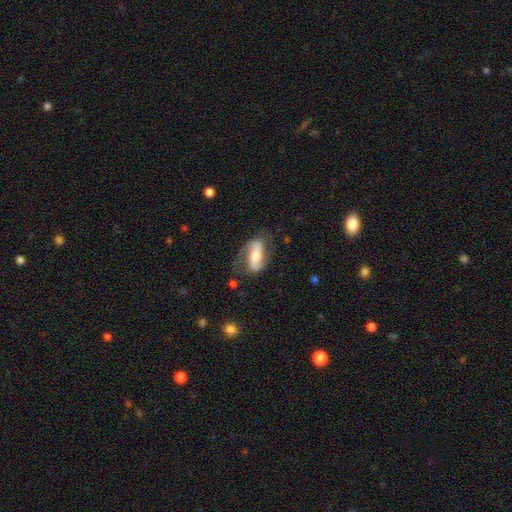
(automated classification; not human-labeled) featured or disk 63%, smooth 31%, star or artifact 6%. Down the decision tree: edge-on disk — no (88%); bar — strong (48%); spiral arms — yes (82%); bulge size — moderate (59%); merging — none (58%).